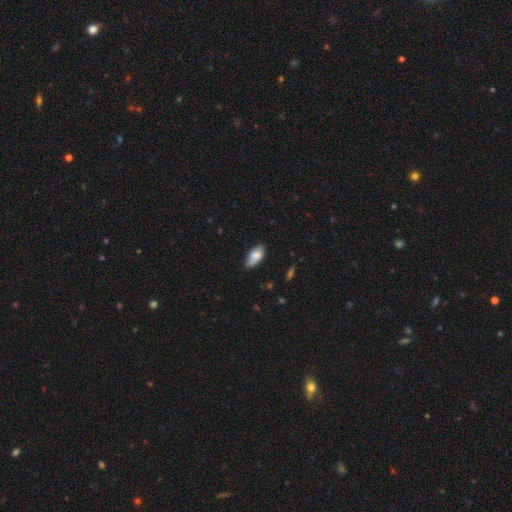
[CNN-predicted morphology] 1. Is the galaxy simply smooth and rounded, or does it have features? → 79% smooth, 14% featured or disk, 7% star or artifact.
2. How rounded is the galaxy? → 91% in between, 6% cigar-shaped, 3% round.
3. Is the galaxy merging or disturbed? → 63% none, 30% minor disturbance, 5% major disturbance, 2% merger.